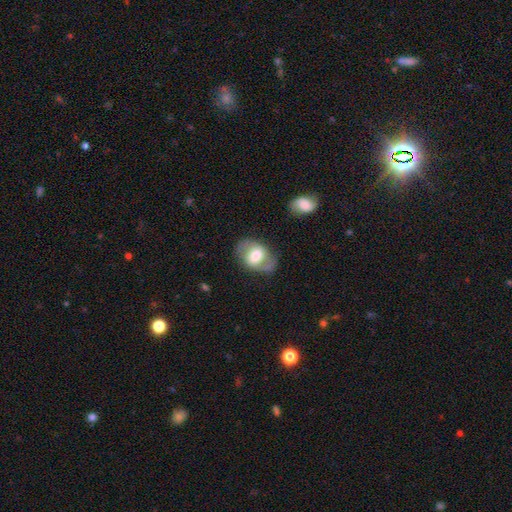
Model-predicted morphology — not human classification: featured or disk 51%, smooth 43%, star or artifact 7%. Down the decision tree: edge-on disk — no (94%); merging — none (71%).